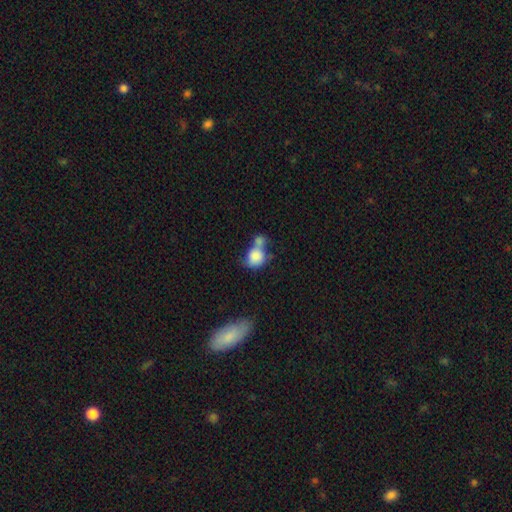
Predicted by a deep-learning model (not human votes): Smooth or featured: smooth — 81% (featured or disk — 11%)
How rounded: round — 58% (in between — 40%)
Merging: merger — 59% (none — 21%)